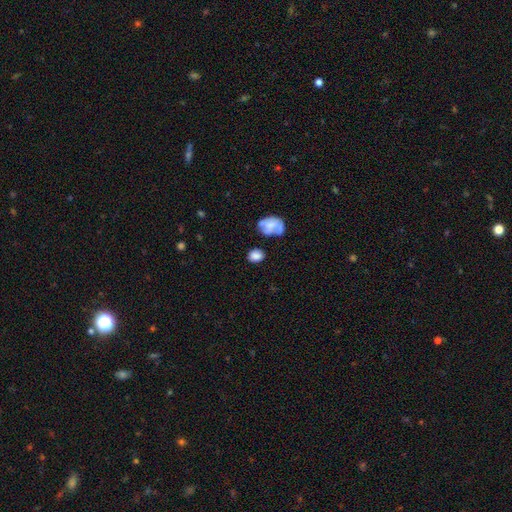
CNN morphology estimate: Q: Smooth or featured?
A: smooth (81%); runner-up: featured or disk (10%)
Q: How rounded?
A: in between (59%); runner-up: round (40%)
Q: Merging?
A: none (65%); runner-up: minor disturbance (20%)